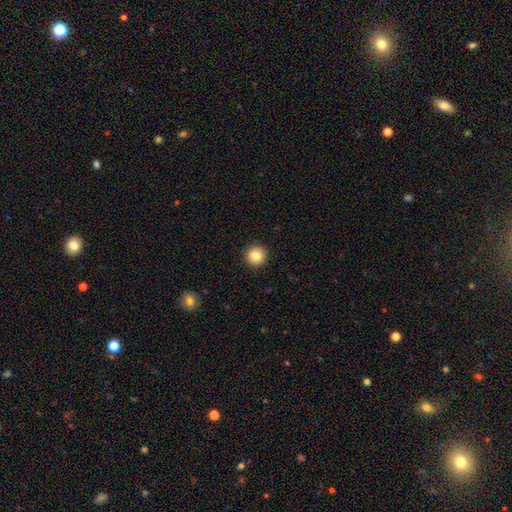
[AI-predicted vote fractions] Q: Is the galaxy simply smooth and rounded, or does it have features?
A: smooth — 84%.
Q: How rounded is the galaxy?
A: round — 94%.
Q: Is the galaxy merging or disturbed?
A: none — 92%.